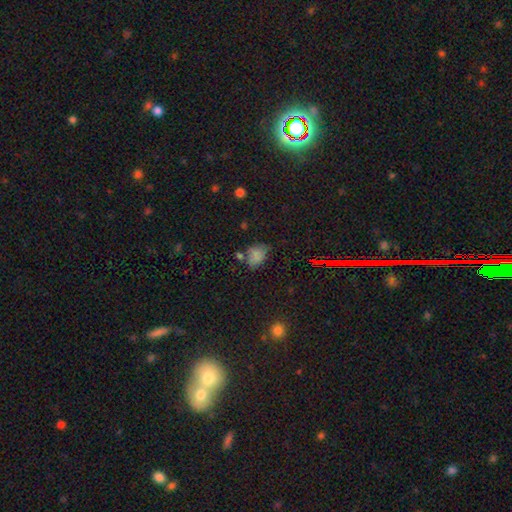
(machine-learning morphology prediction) Smooth or featured?
  - smooth: 75% *
  - star or artifact: 16%
  - featured or disk: 9%
How rounded?
  - in between: 71% *
  - round: 27%
  - cigar-shaped: 1%
Merging?
  - none: 50% *
  - minor disturbance: 29%
  - merger: 11%
  - major disturbance: 10%